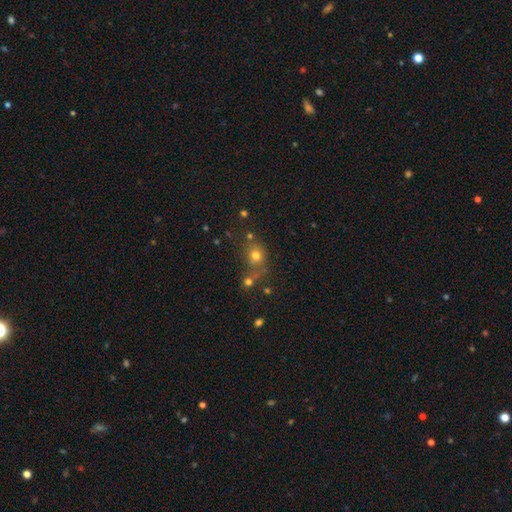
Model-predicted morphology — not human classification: Overall: smooth (68%). How rounded: round (73%). Merging: none (57%; merger 23%).